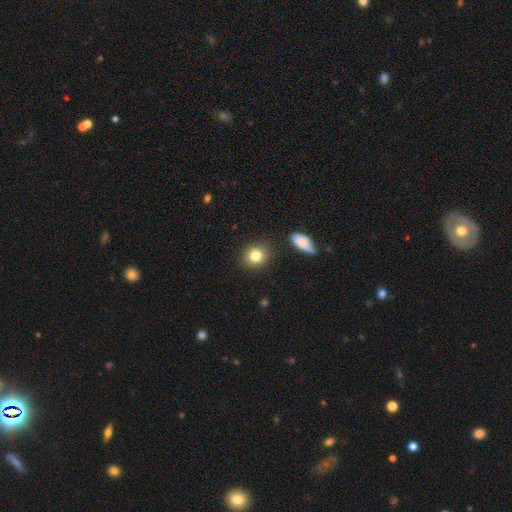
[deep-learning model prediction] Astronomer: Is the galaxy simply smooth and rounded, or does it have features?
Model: smooth — 82%.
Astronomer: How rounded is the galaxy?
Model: round — 70%.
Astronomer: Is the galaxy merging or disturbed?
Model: none — 85%.